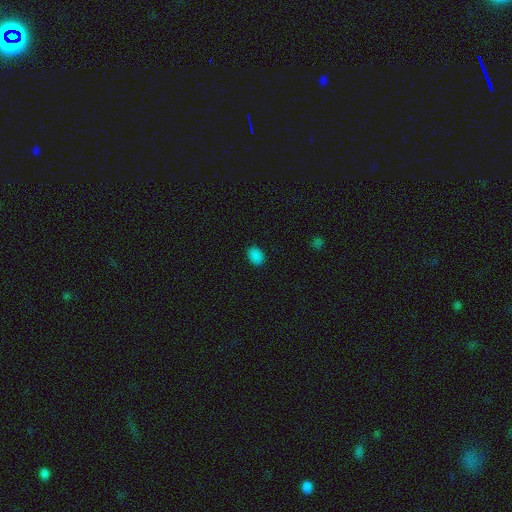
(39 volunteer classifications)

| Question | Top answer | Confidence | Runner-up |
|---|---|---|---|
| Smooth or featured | smooth | 87% | star or artifact (10%) |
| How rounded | in between | 79% | round (21%) |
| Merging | none | 71% | minor disturbance (23%) |